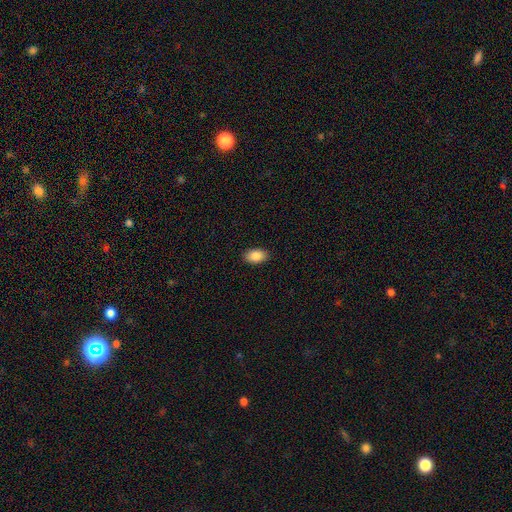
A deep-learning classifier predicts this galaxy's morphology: A smooth galaxy with no disk features (88%) that is in between round and cigar-shaped (92%).

Vote fractions:
- Smooth or featured? smooth: 88% / star or artifact: 7% / featured or disk: 5%
- How rounded? in between: 92% / round: 6% / cigar-shaped: 2%
- Merging? none: 89% / minor disturbance: 8% / major disturbance: 2% / merger: 1%